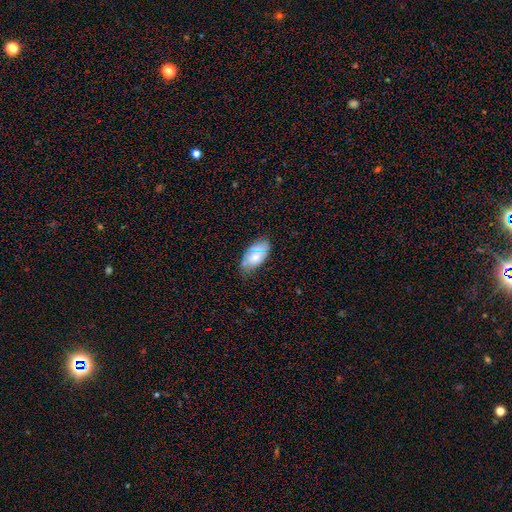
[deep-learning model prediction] Smooth or featured? smooth (67%)
How rounded? in between (94%)
Merging? none (68%)